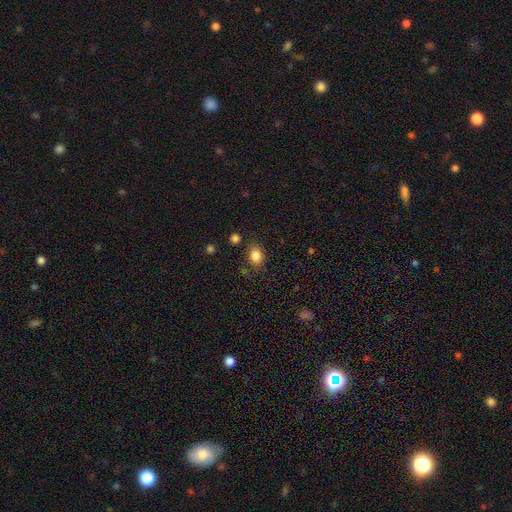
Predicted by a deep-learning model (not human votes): A smooth galaxy with no disk features (84%) that is in between round and cigar-shaped (63%). Merging: none (78%).